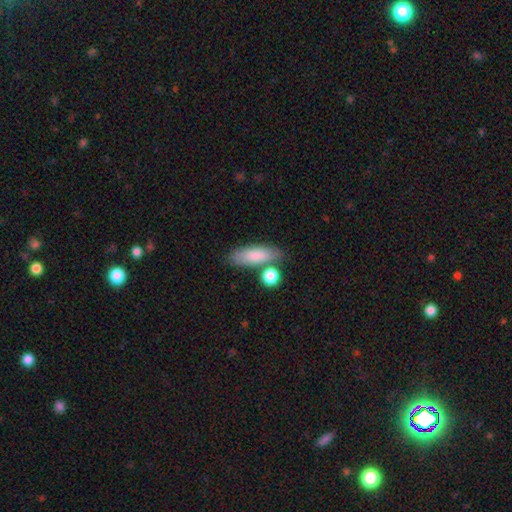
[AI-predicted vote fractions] Overall: smooth (83%). How rounded: in between (67%; cigar-shaped 29%). Merging: none (67%).